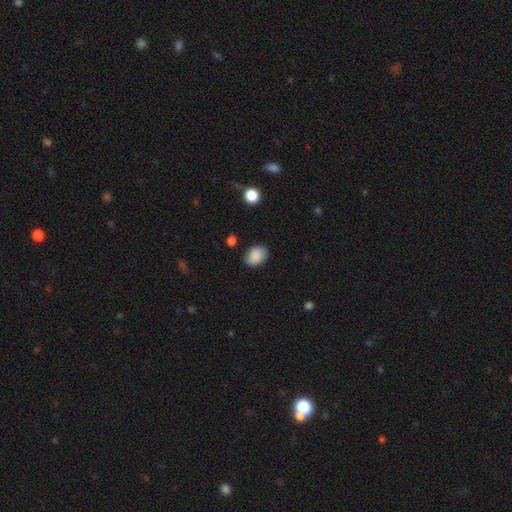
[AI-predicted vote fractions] Q: Smooth or featured?
A: smooth (87%); runner-up: star or artifact (8%)
Q: How rounded?
A: in between (61%); runner-up: round (38%)
Q: Merging?
A: none (81%); runner-up: minor disturbance (14%)